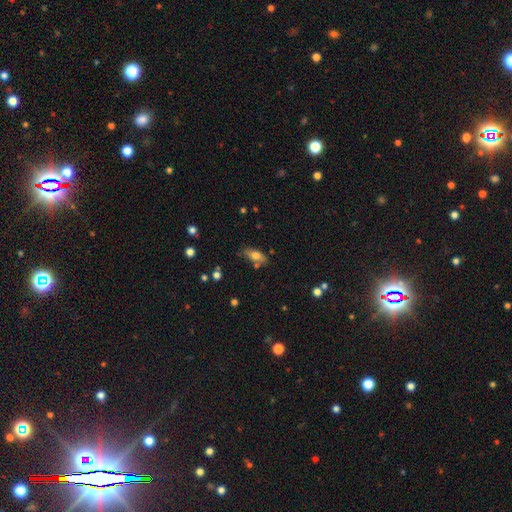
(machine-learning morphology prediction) A smooth galaxy with no disk features (70%) that is in between round and cigar-shaped (79%).

Vote fractions:
- Smooth or featured? smooth: 70% / featured or disk: 21% / star or artifact: 9%
- How rounded? in between: 79% / cigar-shaped: 18% / round: 3%
- Merging? none: 68% / minor disturbance: 19% / merger: 8% / major disturbance: 5%